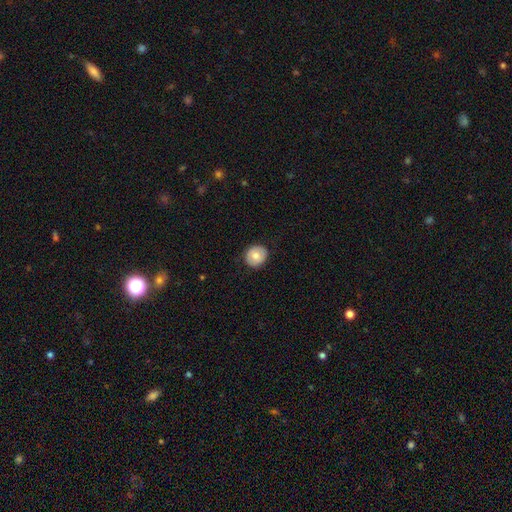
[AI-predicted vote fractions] Morphology: type=smooth (74%); roundness=round (82%); merging=none (87%).